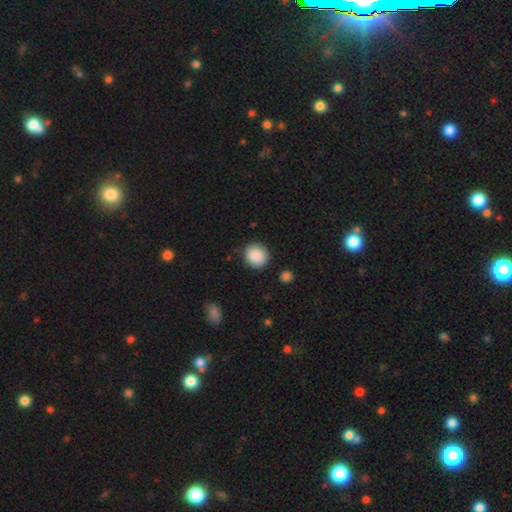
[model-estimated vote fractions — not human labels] The model was most divided on "how rounded": round: 86%, in between: 13%, cigar-shaped: 1%. More confident: smooth or featured — smooth (89%); merging — none (87%).